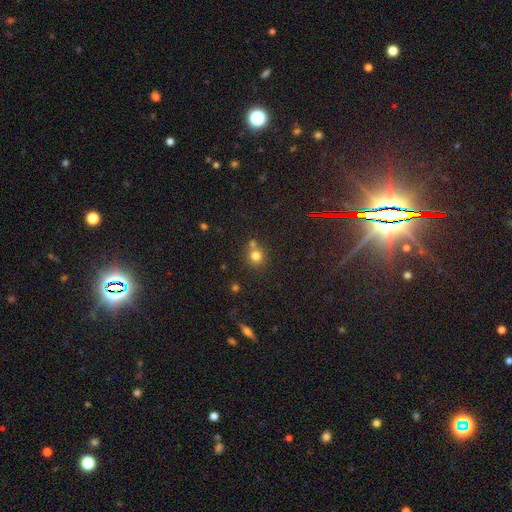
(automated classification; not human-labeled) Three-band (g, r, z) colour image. It shows a smooth galaxy with no disk features (76%) that is round (88%). Merging: none (58%).